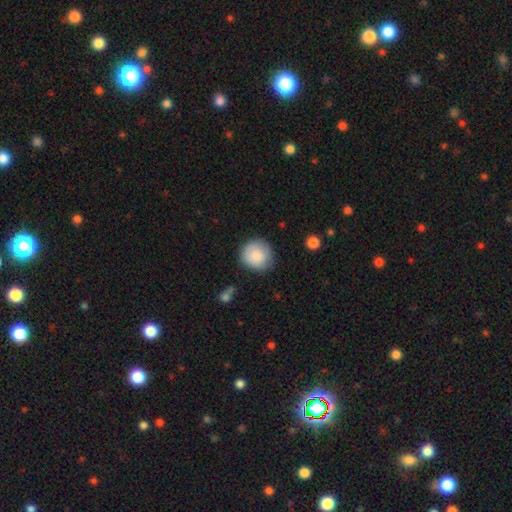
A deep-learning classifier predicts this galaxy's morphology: smooth-or-featured: smooth: 85% | featured or disk: 8% | star or artifact: 7%
  how-rounded: round: 92% | in between: 8% | cigar-shaped: 1%
  merging: none: 81% | minor disturbance: 14% | major disturbance: 3% | merger: 2%